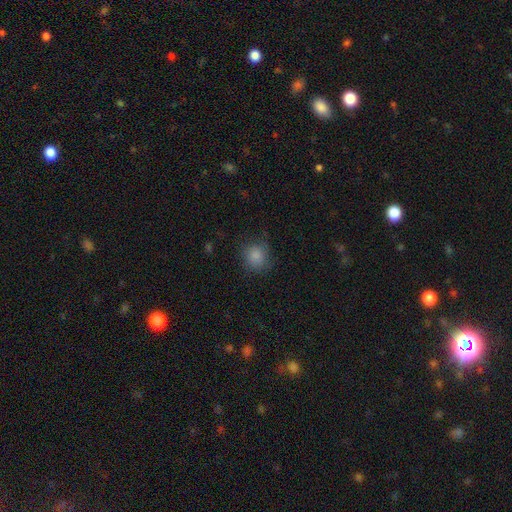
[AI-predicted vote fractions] This is clearly a smooth galaxy (84%). How rounded: clearly round (82%). Merging: likely none (75%).